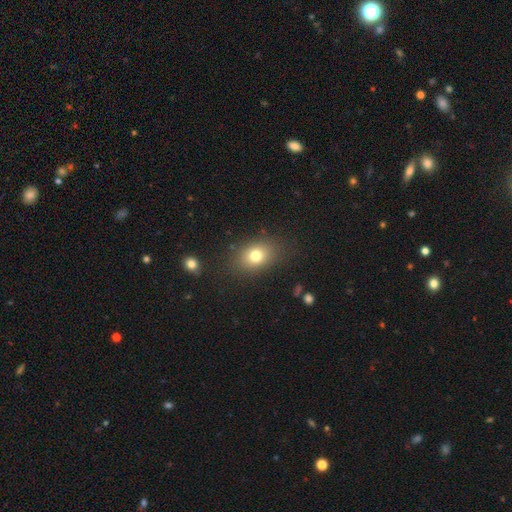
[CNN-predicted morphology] This appears to be a smooth galaxy with no disk features (77%) that is in between round and cigar-shaped (68%). Merging: none (82%).